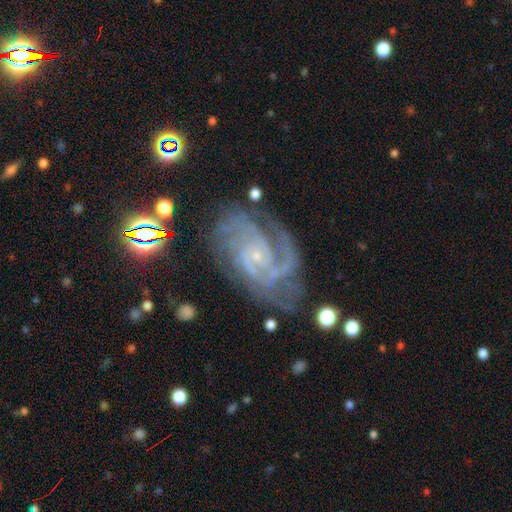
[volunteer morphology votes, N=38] Smooth or featured? featured or disk (92%)
Edge-on disk? no (91%)
Bar? no (59%)
Spiral arms? yes (94%)
Spiral winding? tight (57%)
Spiral arm count? can't tell (30%)
Bulge size? small (78%)
Merging? none (50%)